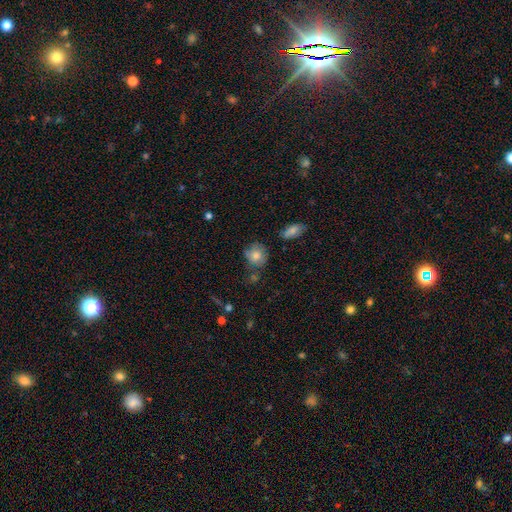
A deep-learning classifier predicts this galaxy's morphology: Overall: smooth (76%). How rounded: round (77%). Merging: none (58%; minor disturbance 26%).